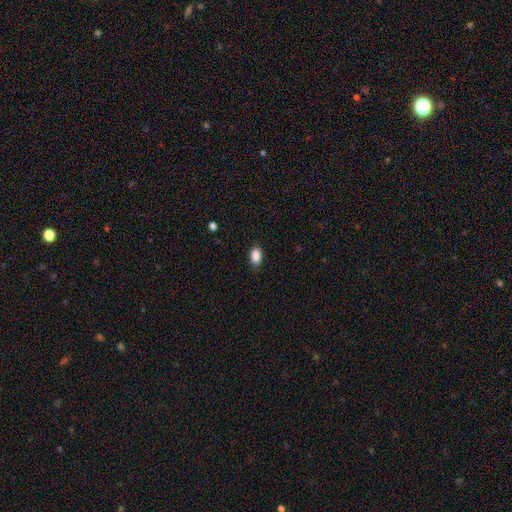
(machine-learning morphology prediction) Smooth or featured? Predicted: smooth (p=0.89). How rounded? Predicted: in between (p=0.89). Merging? Predicted: none (p=0.86).